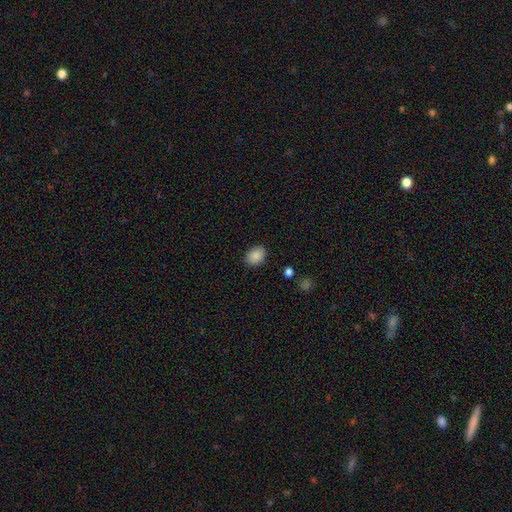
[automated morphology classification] Smooth or featured? smooth (88%)
How rounded? in between (69%)
Merging? none (86%)